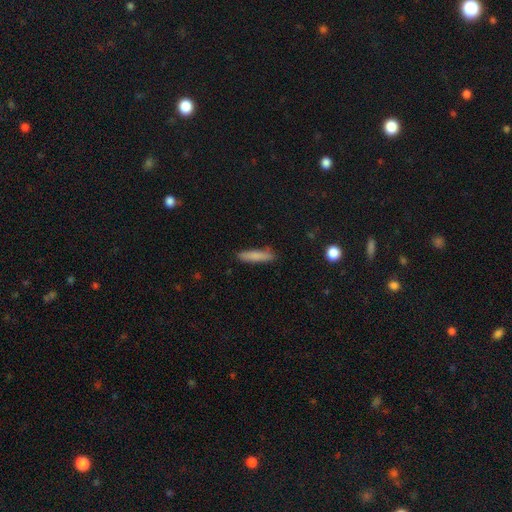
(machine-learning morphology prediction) The model was most divided on "smooth or featured": smooth: 82%, featured or disk: 11%, star or artifact: 6%. More confident: merging — none (86%); how rounded — cigar-shaped (85%).